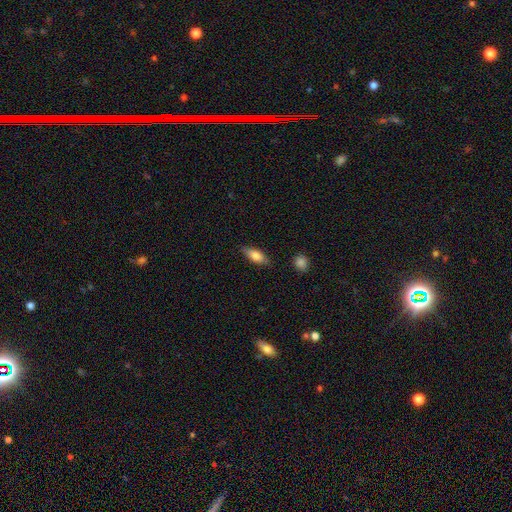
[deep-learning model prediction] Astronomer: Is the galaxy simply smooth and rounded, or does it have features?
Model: smooth — 73%.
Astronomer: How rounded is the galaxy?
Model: in between — 70%.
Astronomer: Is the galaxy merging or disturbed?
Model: none — 84%.